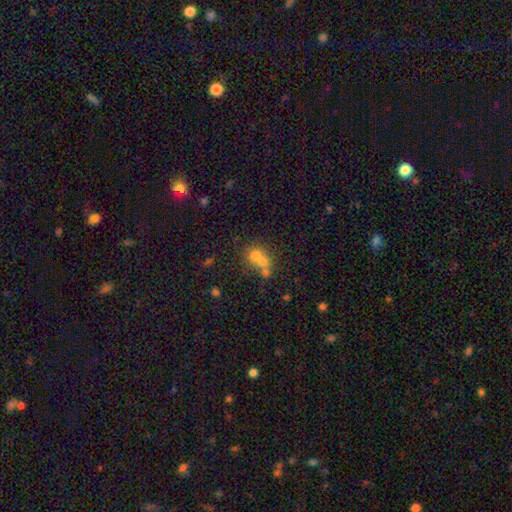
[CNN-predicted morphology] Smooth or featured?
  - smooth: 63% *
  - featured or disk: 22%
  - star or artifact: 15%
How rounded?
  - round: 74% *
  - in between: 25%
  - cigar-shaped: 1%
Merging?
  - merger: 61% *
  - none: 29%
  - minor disturbance: 6%
  - major disturbance: 4%